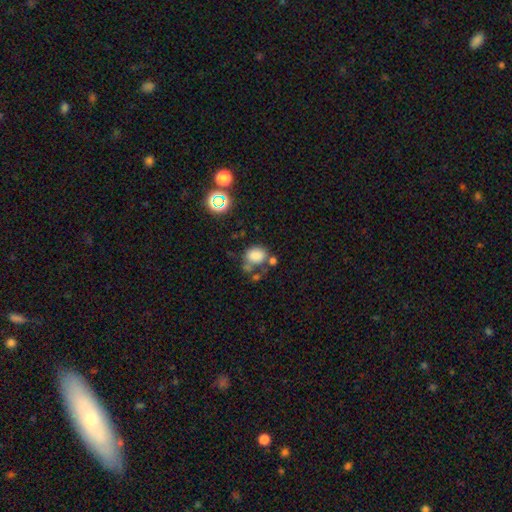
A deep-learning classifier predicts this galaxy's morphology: A smooth galaxy with no disk features (77%) that is round (56%). Merging: none (47%).